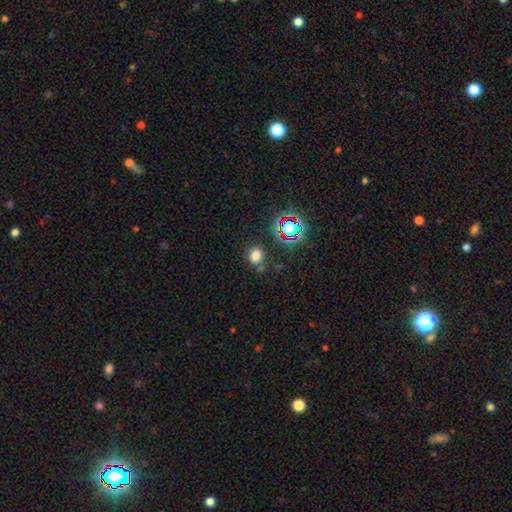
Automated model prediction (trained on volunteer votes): A smooth galaxy with no disk features (71%) that is in between round and cigar-shaped (53%). Merging: none (75%).